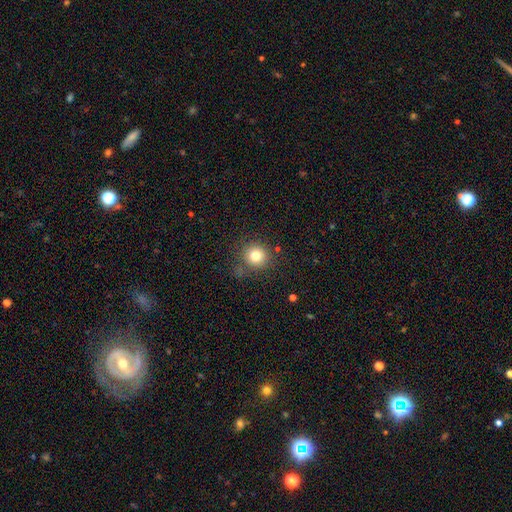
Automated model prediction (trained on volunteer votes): A smooth galaxy with no disk features (80%) that is round (91%). Merging: none (79%).